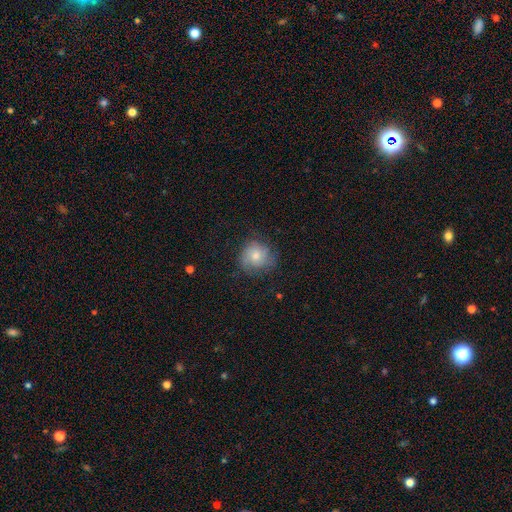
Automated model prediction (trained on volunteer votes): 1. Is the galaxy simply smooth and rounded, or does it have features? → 57% smooth, 34% featured or disk, 9% star or artifact.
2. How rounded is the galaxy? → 84% round, 15% in between, 1% cigar-shaped.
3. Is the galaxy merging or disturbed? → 67% none, 22% minor disturbance, 10% major disturbance, 1% merger.